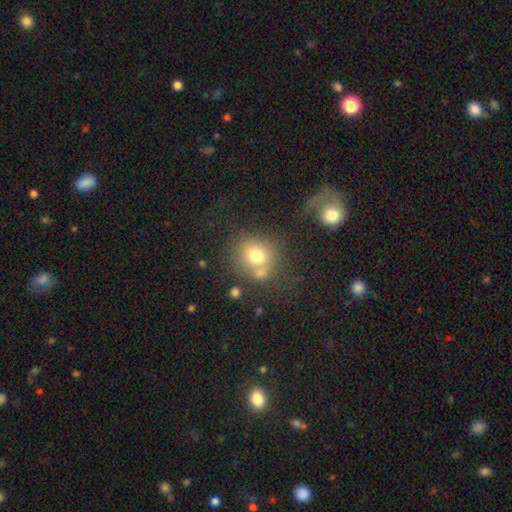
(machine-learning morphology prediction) type=smooth (73%); roundness=round (79%); merging=none (56%).